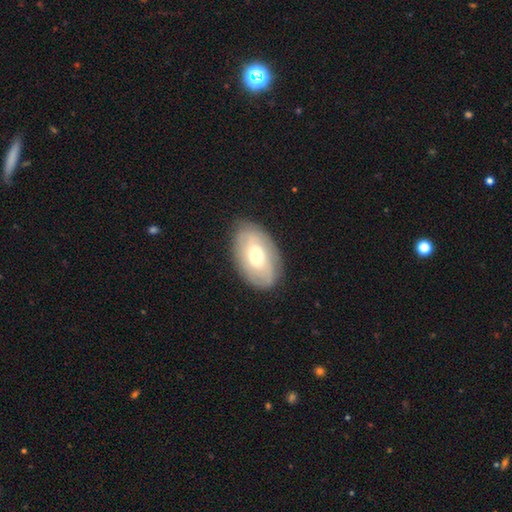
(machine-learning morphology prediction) type=featured or disk (52%); edge-on=no (91%); merging=none (82%).